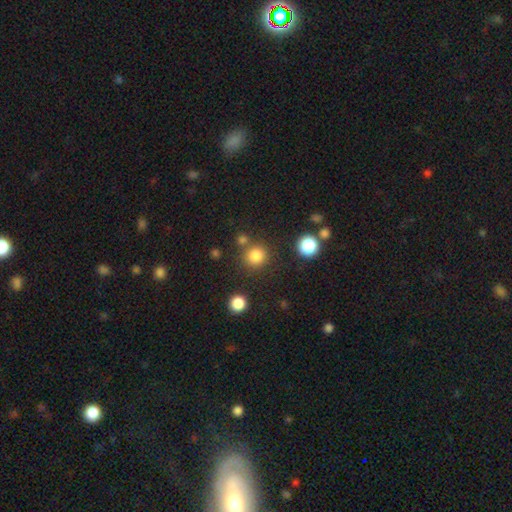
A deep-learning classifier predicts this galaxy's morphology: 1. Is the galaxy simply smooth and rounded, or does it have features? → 83% smooth, 13% star or artifact, 5% featured or disk.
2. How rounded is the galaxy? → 91% round, 8% in between, 1% cigar-shaped.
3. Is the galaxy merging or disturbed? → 81% none, 8% merger, 8% minor disturbance, 3% major disturbance.